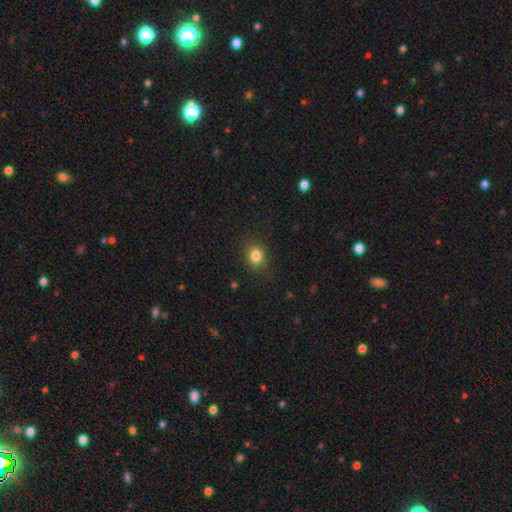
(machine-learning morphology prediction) smooth-or-featured: smooth: 83% | star or artifact: 11% | featured or disk: 6%
  how-rounded: round: 60% | in between: 39% | cigar-shaped: 1%
  merging: none: 83% | minor disturbance: 12% | major disturbance: 3% | merger: 1%